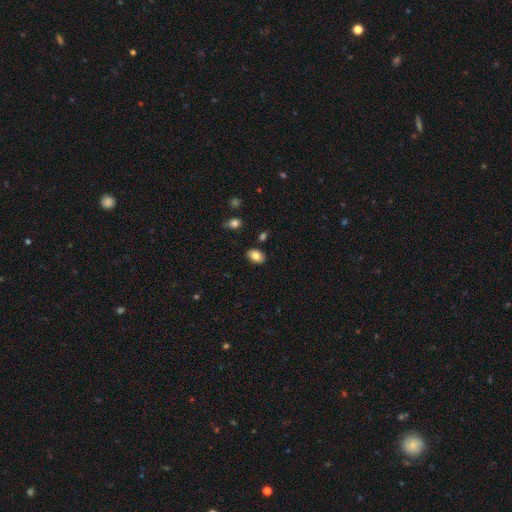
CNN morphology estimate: Smooth or featured? Predicted: smooth (p=0.84). How rounded? Predicted: in between (p=0.86). Merging? Predicted: none (p=0.86).